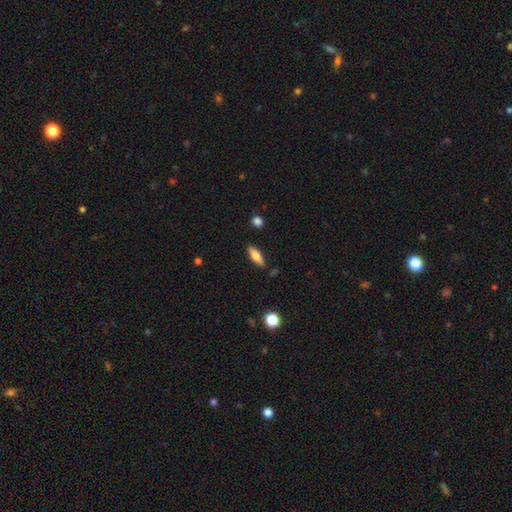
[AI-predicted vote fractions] A smooth galaxy with no disk features (63%) that is cigar-shaped (49%, tied with in between).

Vote fractions:
- Smooth or featured? smooth: 63% / featured or disk: 30% / star or artifact: 7%
- How rounded? cigar-shaped: 49% (tied) / in between: 49% (tied) / round: 3%
- Merging? none: 85% / minor disturbance: 10% / merger: 2% / major disturbance: 2%